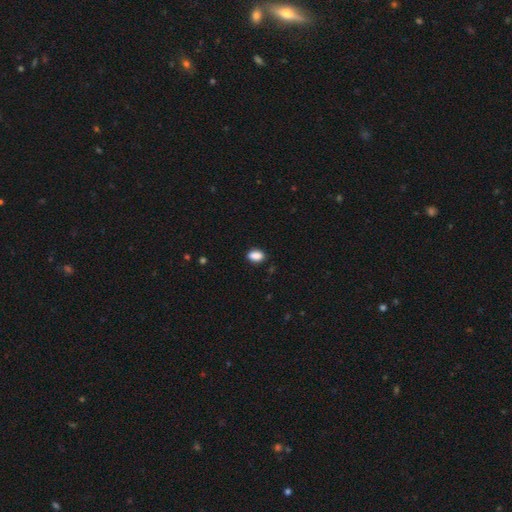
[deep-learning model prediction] The model was most divided on "merging": none: 85%, minor disturbance: 11%, major disturbance: 2%, merger: 1%. More confident: how rounded — in between (89%); smooth or featured — smooth (89%).